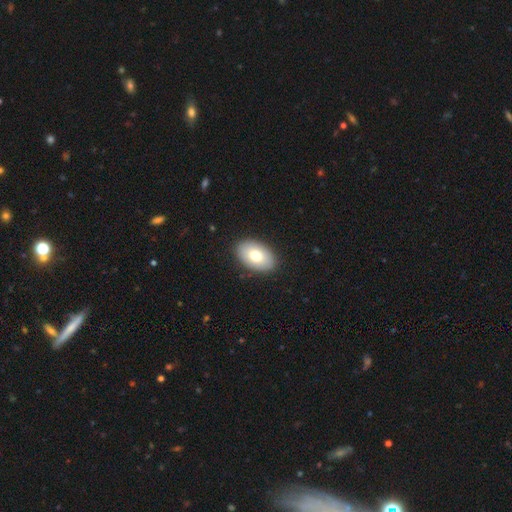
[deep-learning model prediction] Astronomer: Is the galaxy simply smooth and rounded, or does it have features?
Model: smooth — 77%.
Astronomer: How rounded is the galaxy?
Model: in between — 92%.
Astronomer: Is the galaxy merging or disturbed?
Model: none — 89%.